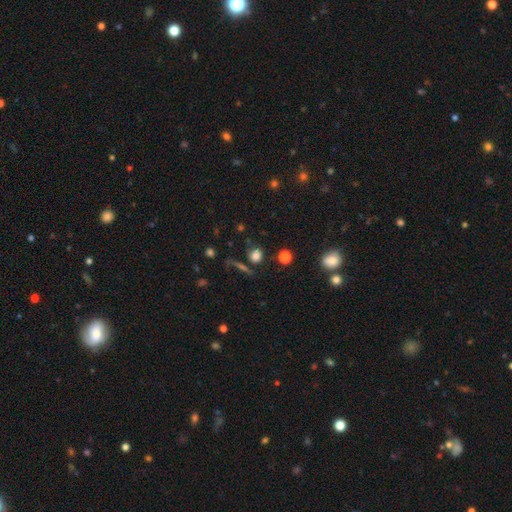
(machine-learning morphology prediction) smooth_or_featured: smooth (p=0.77) [alt: star or artifact p=0.16]
how_rounded: round (p=0.74) [alt: in between p=0.23]
merging: none (p=0.72) [alt: minor disturbance p=0.13]